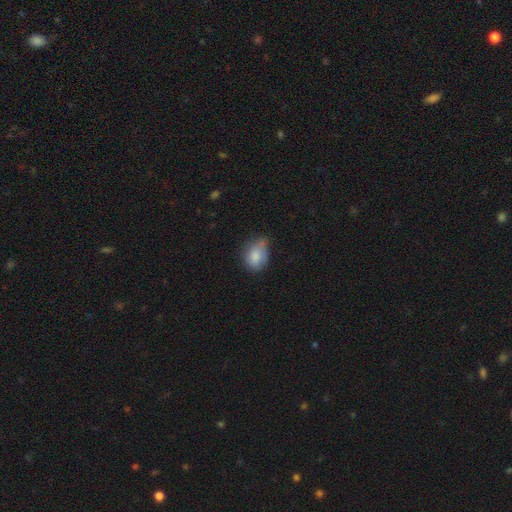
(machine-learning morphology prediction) smooth 80%, featured or disk 12%, star or artifact 8%. Down the decision tree: how rounded — in between (72%); merging — none (43%).